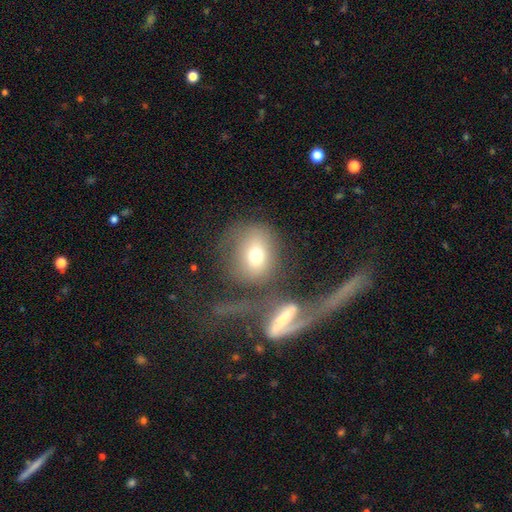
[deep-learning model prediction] A smooth galaxy with no disk features (65%) that is round (59%). Merging: none (39%).